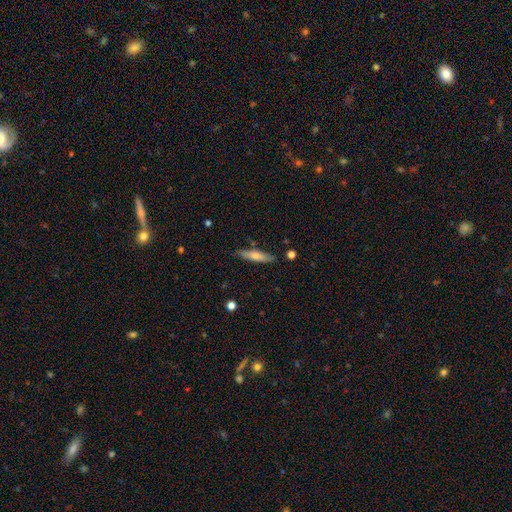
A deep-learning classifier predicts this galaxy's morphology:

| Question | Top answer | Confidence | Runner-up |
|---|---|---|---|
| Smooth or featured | smooth | 57% | featured or disk (37%) |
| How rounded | cigar-shaped | 83% | in between (16%) |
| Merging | none | 84% | minor disturbance (11%) |